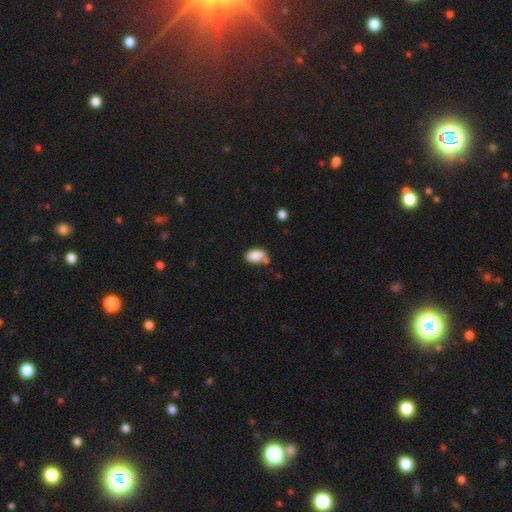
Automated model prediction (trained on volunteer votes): Smooth or featured? Predicted: smooth (p=0.86). How rounded? Predicted: in between (p=0.91). Merging? Predicted: none (p=0.58).